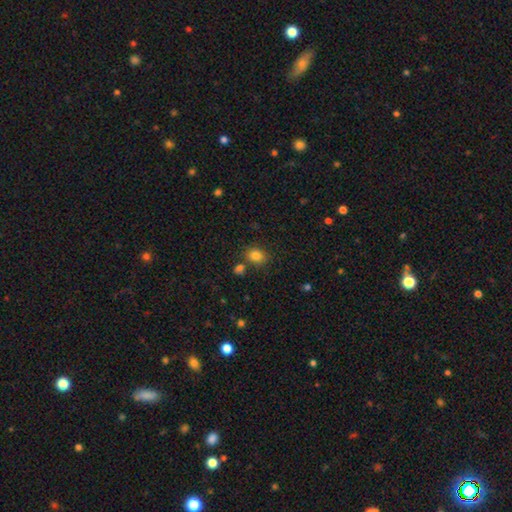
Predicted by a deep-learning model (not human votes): Overall: smooth (82%). How rounded: round (53%; in between 46%). Merging: none (75%).